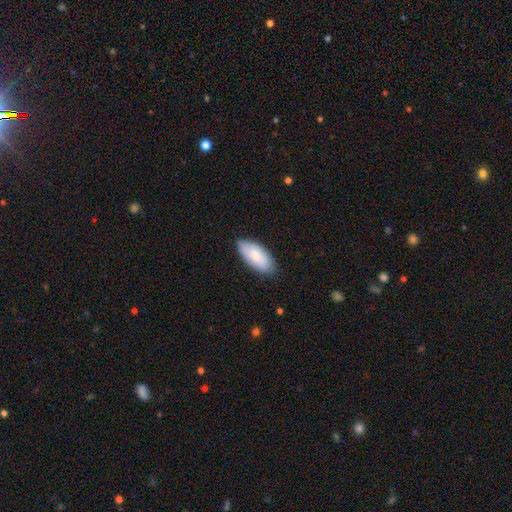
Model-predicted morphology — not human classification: Smooth or featured? Predicted: smooth (p=0.79). How rounded? Predicted: in between (p=0.89). Merging? Predicted: none (p=0.79).